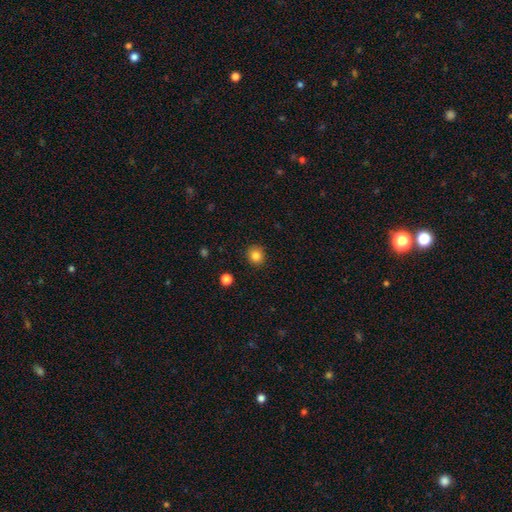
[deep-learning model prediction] Smooth or featured? smooth (83%)
How rounded? round (87%)
Merging? none (91%)